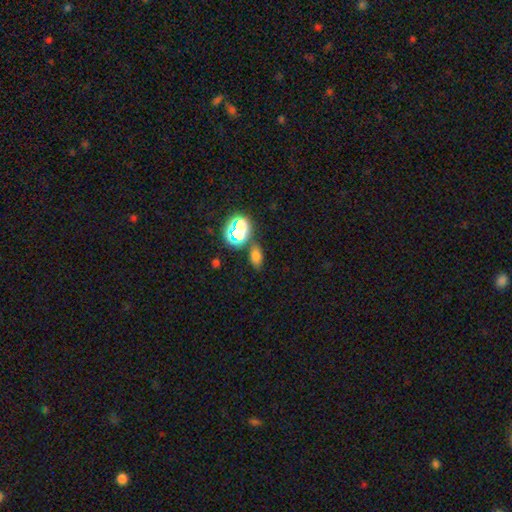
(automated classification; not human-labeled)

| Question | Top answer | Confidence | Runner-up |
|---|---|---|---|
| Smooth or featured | smooth | 63% | star or artifact (28%) |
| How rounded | in between | 82% | round (15%) |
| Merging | none | 73% | minor disturbance (13%) |